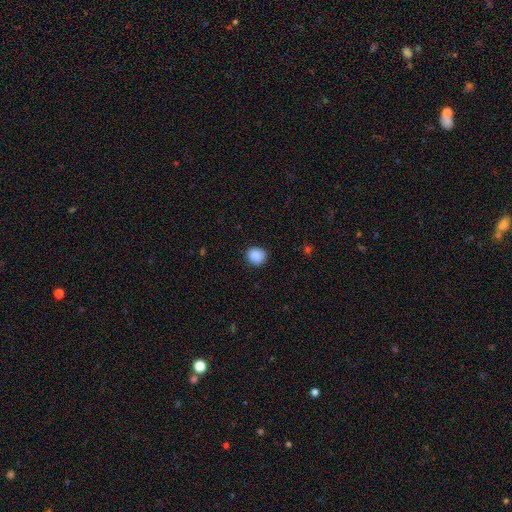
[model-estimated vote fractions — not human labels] Morphology: type=smooth (89%); roundness=round (88%); merging=none (87%).